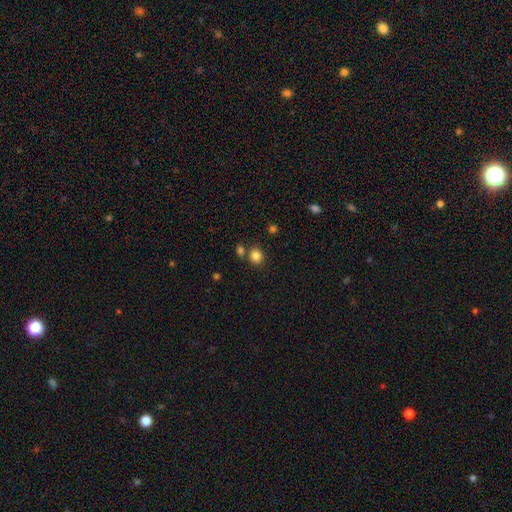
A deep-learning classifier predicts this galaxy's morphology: type=smooth (84%); roundness=round (78%); merging=none (73%).